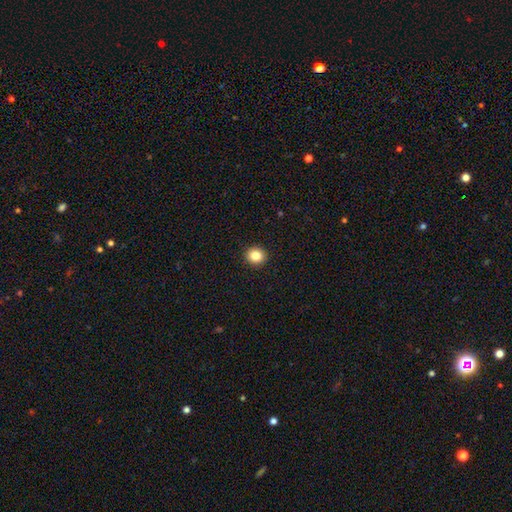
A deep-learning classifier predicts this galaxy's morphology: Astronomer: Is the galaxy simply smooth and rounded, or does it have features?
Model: smooth — 84%.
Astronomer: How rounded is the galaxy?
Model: round — 86%.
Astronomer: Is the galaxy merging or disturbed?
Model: none — 93%.